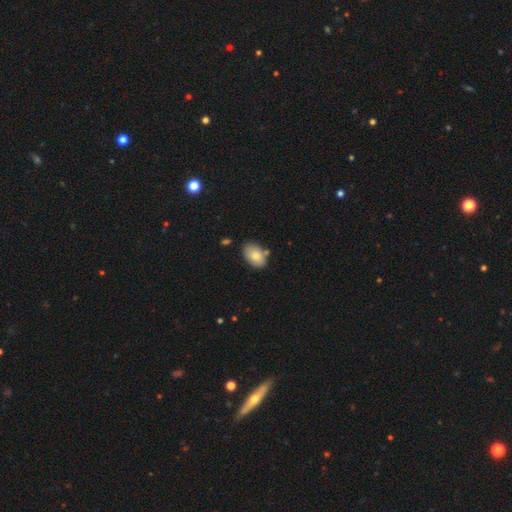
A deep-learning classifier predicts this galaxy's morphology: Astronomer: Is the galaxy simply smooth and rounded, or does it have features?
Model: smooth — 81%.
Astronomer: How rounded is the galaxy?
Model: in between — 89%.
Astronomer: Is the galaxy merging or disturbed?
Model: none — 74%.